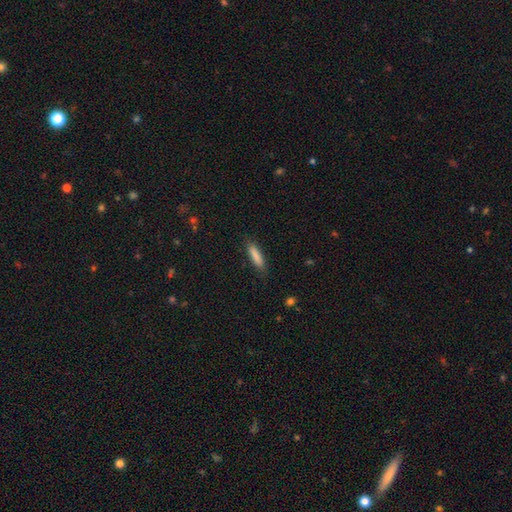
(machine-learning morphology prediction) This appears to be a smooth galaxy with no disk features (85%) that is cigar-shaped (75%). Merging: none (84%).